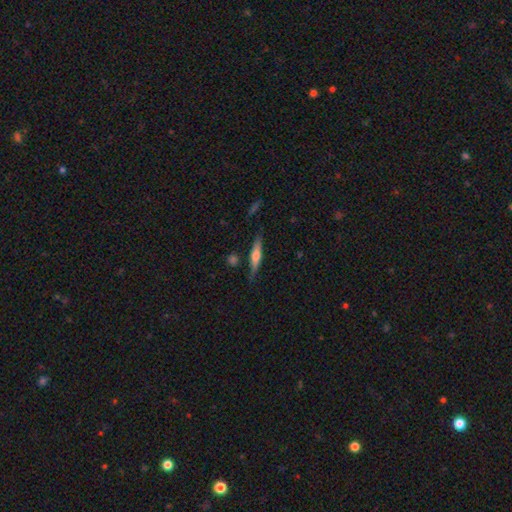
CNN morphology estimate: Smooth or featured? Predicted: featured or disk (p=0.50). Merging? Predicted: none (p=0.79).